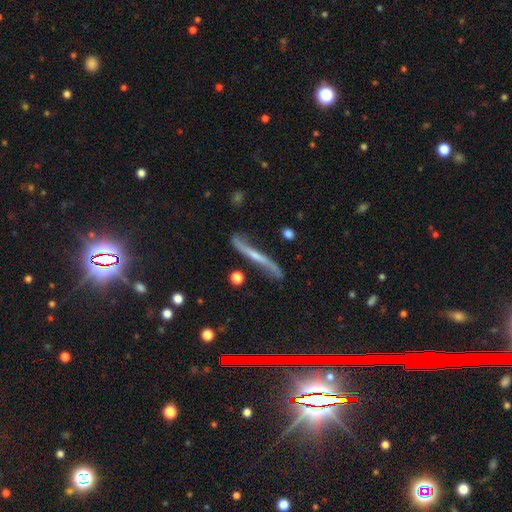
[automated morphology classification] Q: Smooth or featured?
A: featured or disk (72%); runner-up: smooth (18%)
Q: Edge-on disk?
A: yes (64%); runner-up: no (36%)
Q: Merging?
A: none (67%); runner-up: minor disturbance (22%)